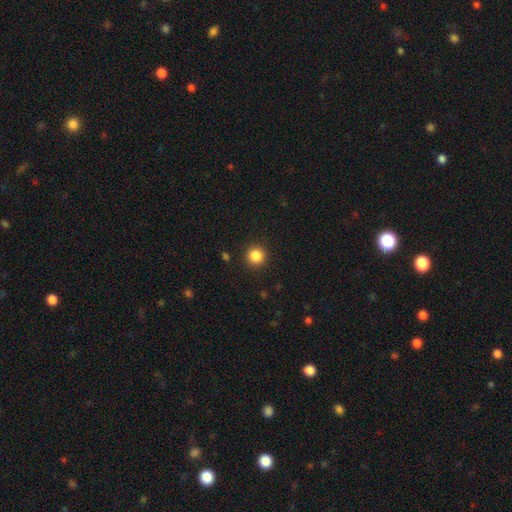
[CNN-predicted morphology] smooth 86%, star or artifact 11%, featured or disk 4%. Down the decision tree: how rounded — round (95%); merging — none (91%).